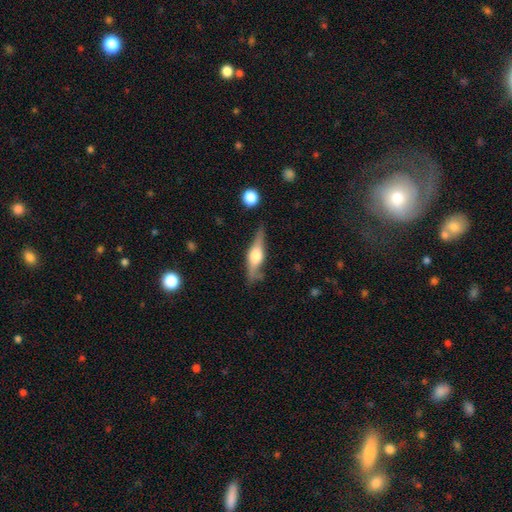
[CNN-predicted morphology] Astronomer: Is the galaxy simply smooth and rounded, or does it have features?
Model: featured or disk — 69%.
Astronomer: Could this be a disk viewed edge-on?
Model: yes — 95%.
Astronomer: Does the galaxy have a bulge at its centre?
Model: rounded — 91%.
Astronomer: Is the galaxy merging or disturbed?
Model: none — 77%.